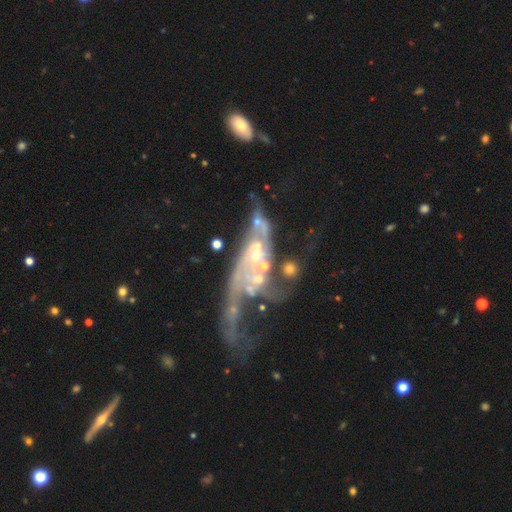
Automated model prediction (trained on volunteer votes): Smooth or featured: featured or disk — 78% (star or artifact — 12%)
Edge-on disk: no — 92% (yes — 8%)
Bar: no — 71% (weak — 21%)
Spiral arms: yes — 64% (no — 36%)
Bulge size: small — 47% (none — 25%)
Merging: merger — 41% (major disturbance — 36%)